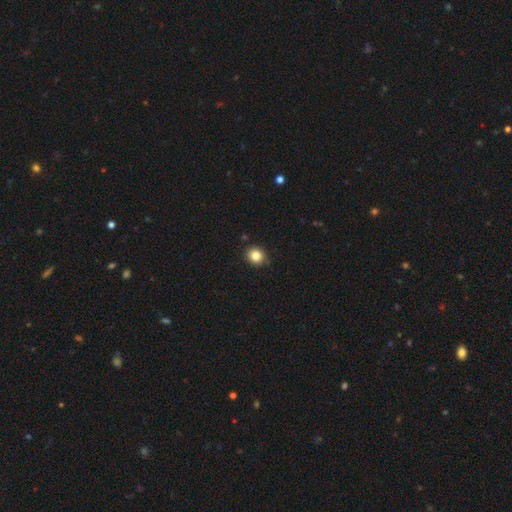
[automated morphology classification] This appears to be a smooth galaxy with no disk features (85%) that is round (82%). Merging: none (89%).